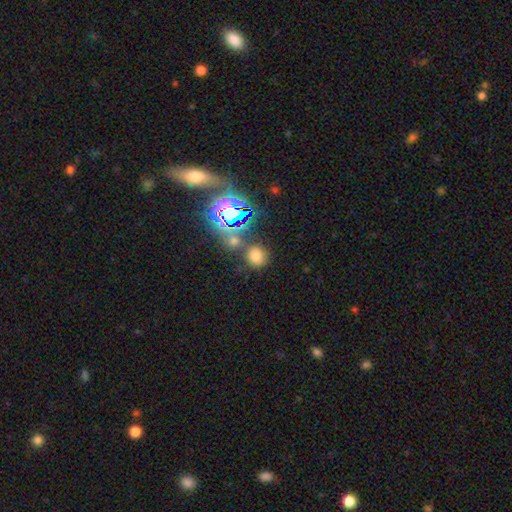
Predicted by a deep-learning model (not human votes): A smooth galaxy with no disk features (66%) that is round (86%). Merging: none (72%).